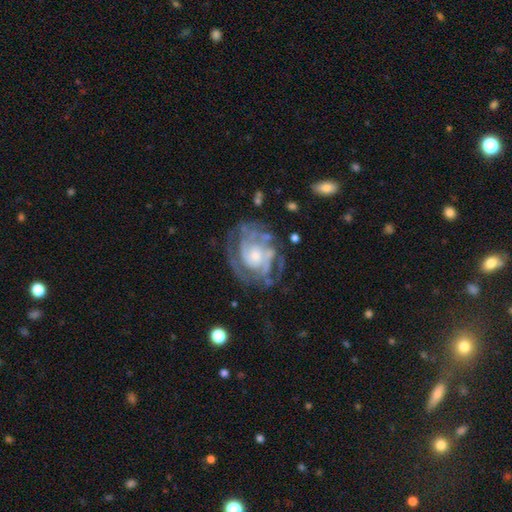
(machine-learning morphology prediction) This appears to be a featured or disk galaxy (86%) with no bar (74%), tight (58%) spiral arms (91%) and a moderate central bulge (47%). Merging: none (62%).